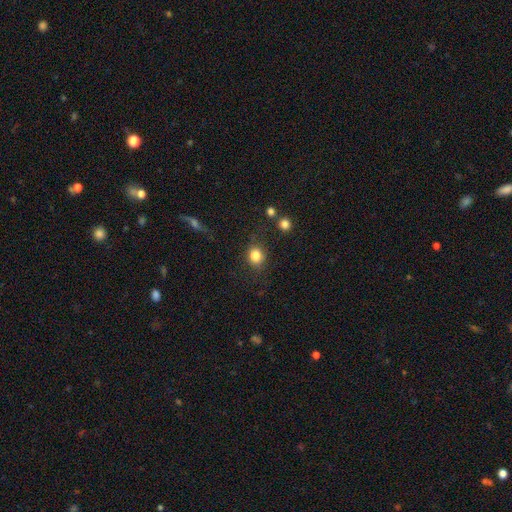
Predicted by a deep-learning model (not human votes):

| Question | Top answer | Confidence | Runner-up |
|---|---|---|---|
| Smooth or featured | smooth | 83% | star or artifact (11%) |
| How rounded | round | 69% | in between (30%) |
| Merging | none | 76% | minor disturbance (15%) |